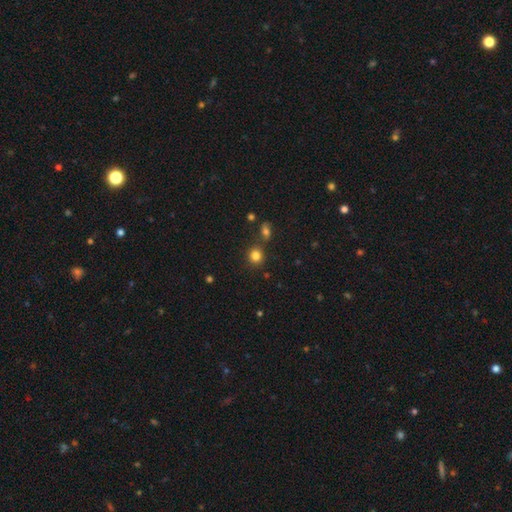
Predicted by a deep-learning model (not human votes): Smooth or featured? Predicted: smooth (p=0.81). How rounded? Predicted: round (p=0.86). Merging? Predicted: none (p=0.76).